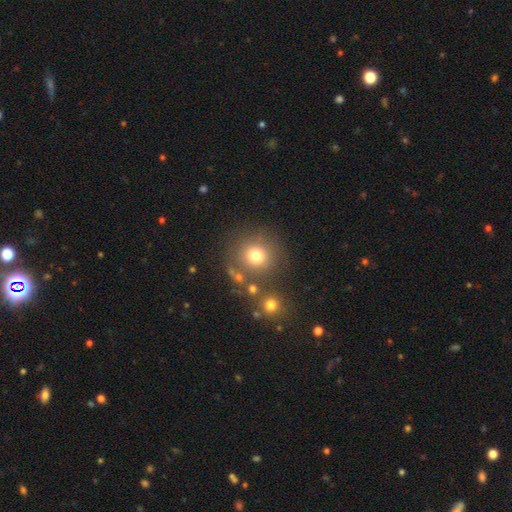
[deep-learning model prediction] Morphology: type=smooth (74%); roundness=round (91%); merging=none (73%).